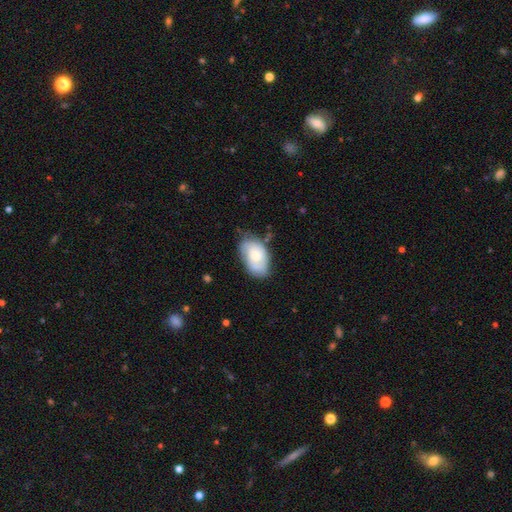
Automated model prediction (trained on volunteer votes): Smooth or featured? Predicted: smooth (p=0.55). How rounded? Predicted: in between (p=0.90). Merging? Predicted: none (p=0.63).